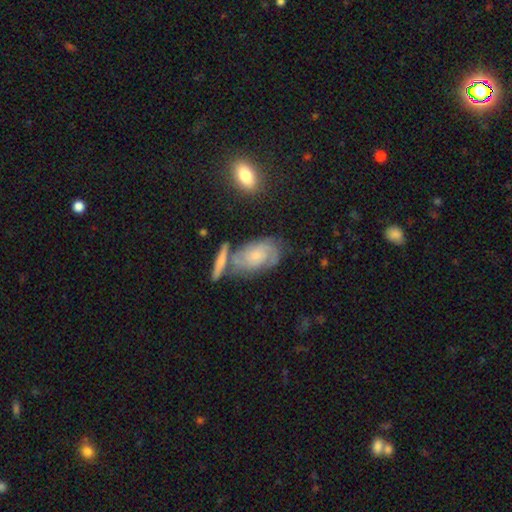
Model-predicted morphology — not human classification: A featured or disk galaxy (71%) with no bar (73%), 2 (49%) tight (53%) spiral arms (92%) and a small central bulge (64%). Merging: none (52%).